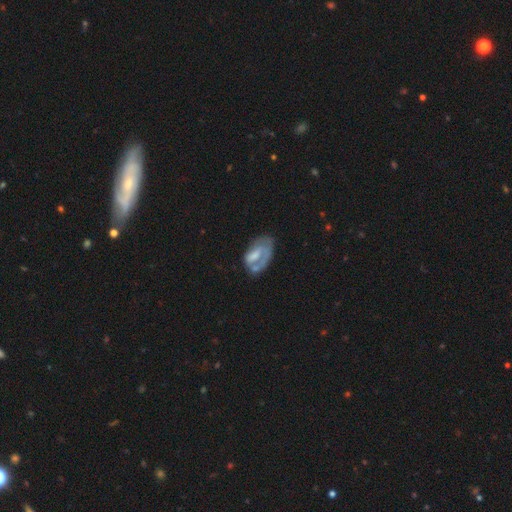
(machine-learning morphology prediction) type=featured or disk (53%); edge-on=no (94%); merging=none (37%).